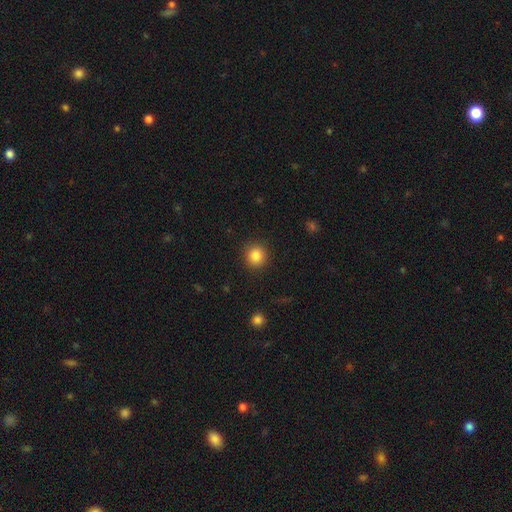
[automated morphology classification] This appears to be a smooth galaxy with no disk features (85%) that is round (91%). Merging: none (90%).